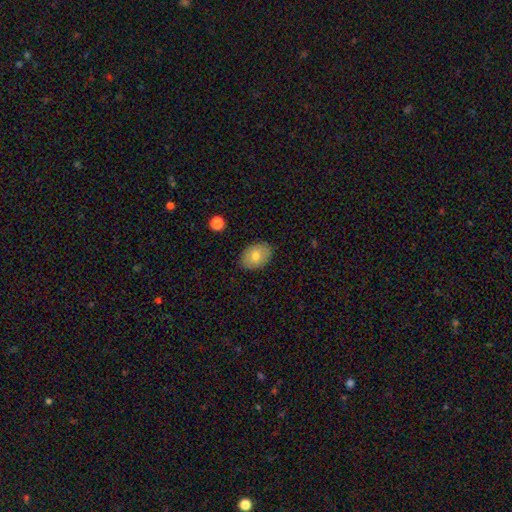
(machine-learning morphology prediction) smooth-or-featured: smooth: 71% | featured or disk: 21% | star or artifact: 7%
  how-rounded: in between: 81% | round: 18% | cigar-shaped: 1%
  merging: none: 86% | minor disturbance: 11% | major disturbance: 2% | merger: 1%